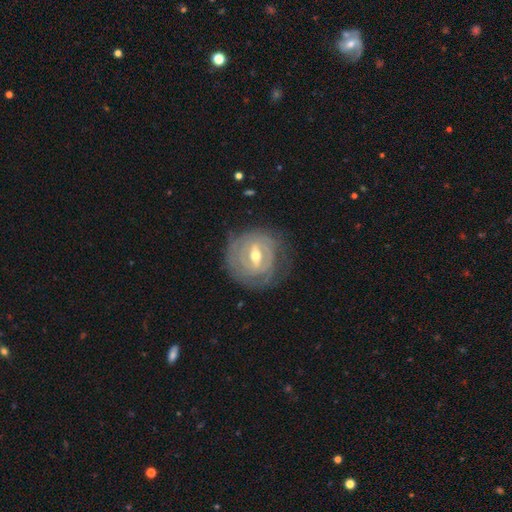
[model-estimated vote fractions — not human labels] This appears to be a featured or disk galaxy (85%) with a strong bar (47%), tight (78%) spiral arms (86%) and a moderate central bulge (69%). Merging: none (75%).